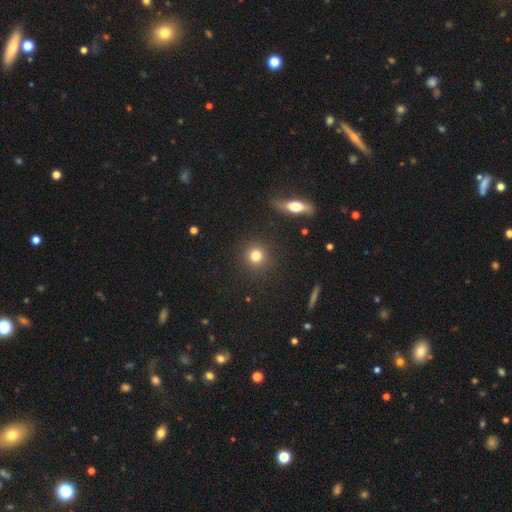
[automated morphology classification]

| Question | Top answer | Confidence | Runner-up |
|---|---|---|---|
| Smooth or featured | smooth | 80% | star or artifact (13%) |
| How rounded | round | 93% | in between (6%) |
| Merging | none | 91% | minor disturbance (5%) |